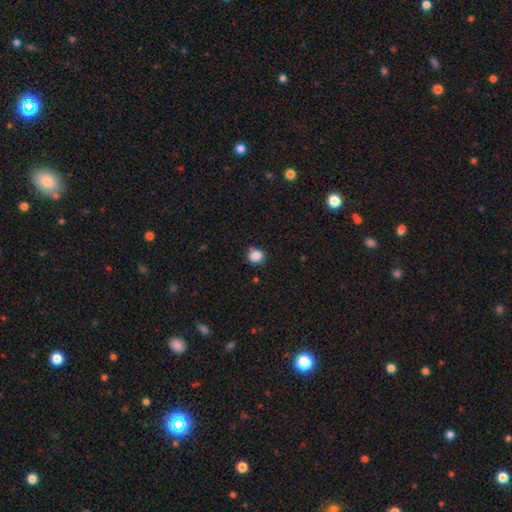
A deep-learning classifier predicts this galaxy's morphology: The model was most divided on "how rounded": round: 82%, in between: 17%, cigar-shaped: 1%. More confident: smooth or featured — smooth (86%); merging — none (80%).